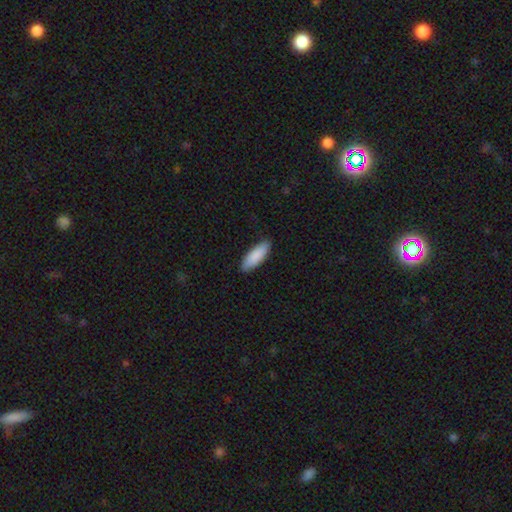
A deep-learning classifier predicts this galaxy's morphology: This is clearly a smooth galaxy (89%). How rounded: likely in between (63%). Merging: clearly none (87%).